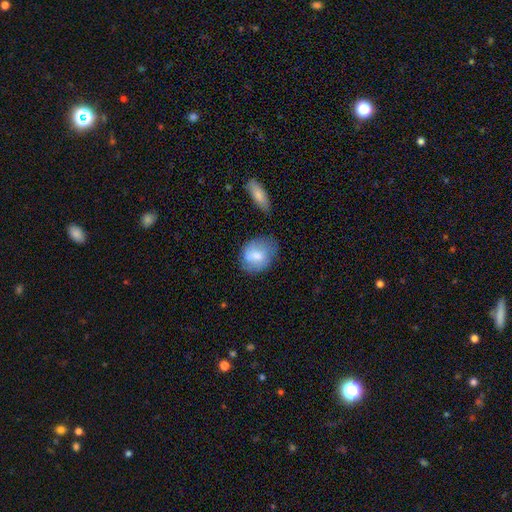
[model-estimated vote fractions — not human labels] Morphology: type=smooth (69%); roundness=round (50%); merging=none (61%).